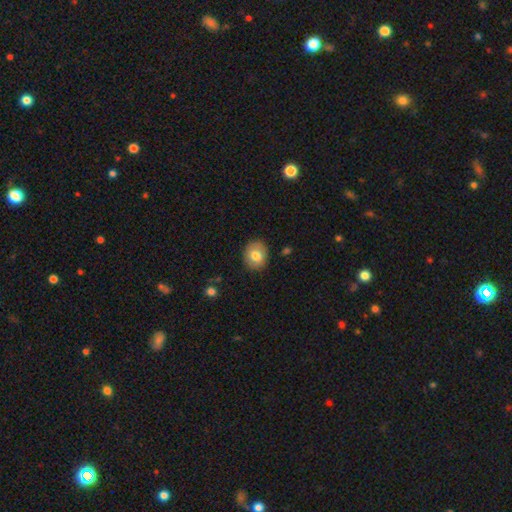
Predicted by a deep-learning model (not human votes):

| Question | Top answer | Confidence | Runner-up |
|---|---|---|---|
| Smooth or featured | smooth | 76% | featured or disk (16%) |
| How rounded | round | 59% | in between (40%) |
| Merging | none | 86% | minor disturbance (10%) |